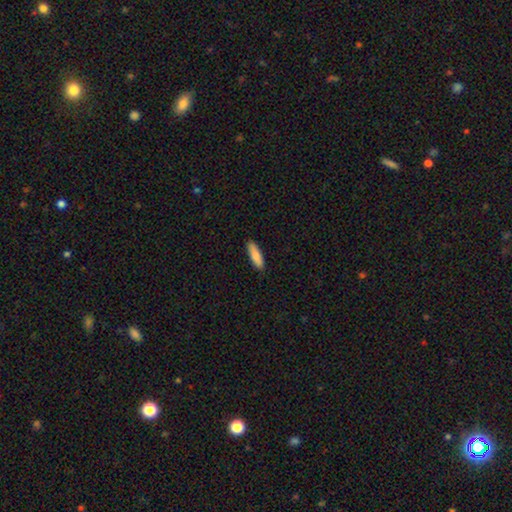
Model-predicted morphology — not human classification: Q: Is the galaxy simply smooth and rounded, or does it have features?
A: smooth — 86%.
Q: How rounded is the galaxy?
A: cigar-shaped — 58%.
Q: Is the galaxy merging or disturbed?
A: none — 88%.